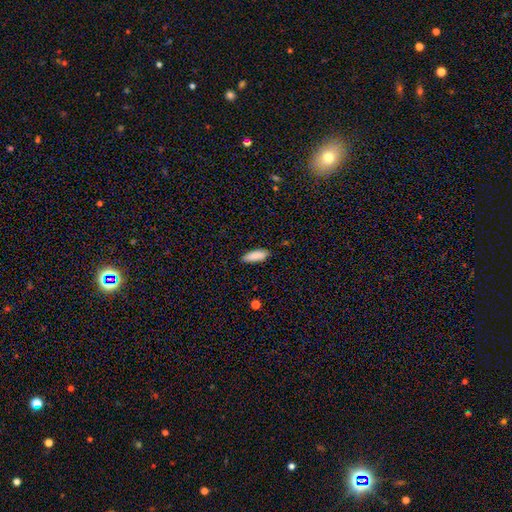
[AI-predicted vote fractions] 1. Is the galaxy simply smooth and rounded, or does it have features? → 88% smooth, 6% star or artifact, 6% featured or disk.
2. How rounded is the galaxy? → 67% in between, 32% cigar-shaped, 2% round.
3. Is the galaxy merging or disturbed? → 83% none, 13% minor disturbance, 2% major disturbance, 1% merger.